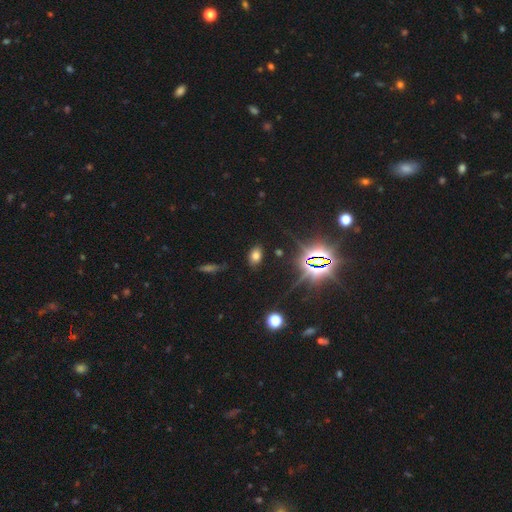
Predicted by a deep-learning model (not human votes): Smooth or featured: smooth — 65% (star or artifact — 26%)
How rounded: in between — 87% (round — 11%)
Merging: none — 85% (minor disturbance — 10%)